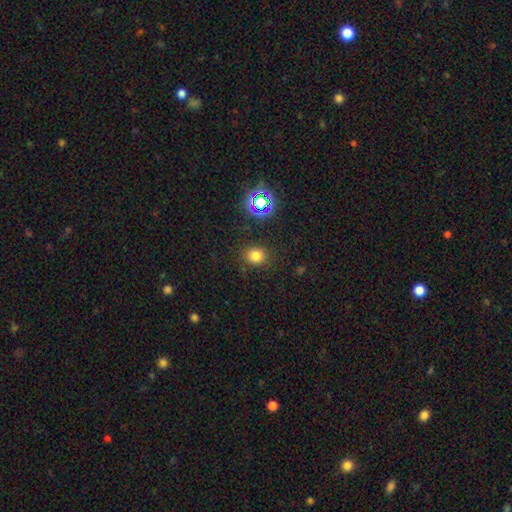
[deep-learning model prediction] Smooth or featured?
  - smooth: 75% *
  - star or artifact: 19%
  - featured or disk: 6%
How rounded?
  - round: 74% *
  - in between: 25%
  - cigar-shaped: 1%
Merging?
  - none: 84% *
  - minor disturbance: 10%
  - major disturbance: 4%
  - merger: 2%